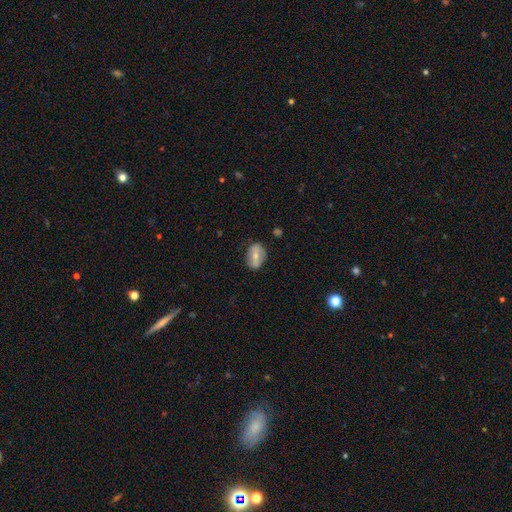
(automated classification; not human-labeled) The model was most divided on "smooth or featured": featured or disk: 48%, smooth: 45%, star or artifact: 7%. More confident: merging — none (77%).